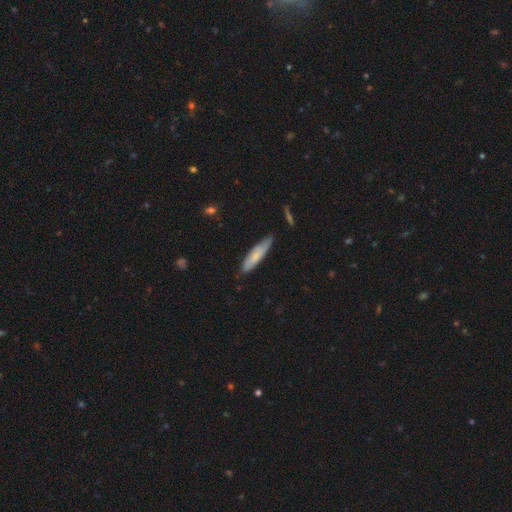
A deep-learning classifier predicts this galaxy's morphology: type=smooth (69%); roundness=cigar-shaped (78%); merging=none (72%).